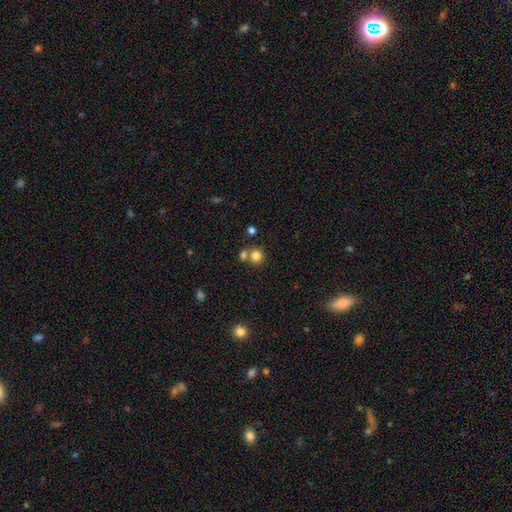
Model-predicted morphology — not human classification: type=smooth (81%); roundness=round (89%); merging=none (58%).